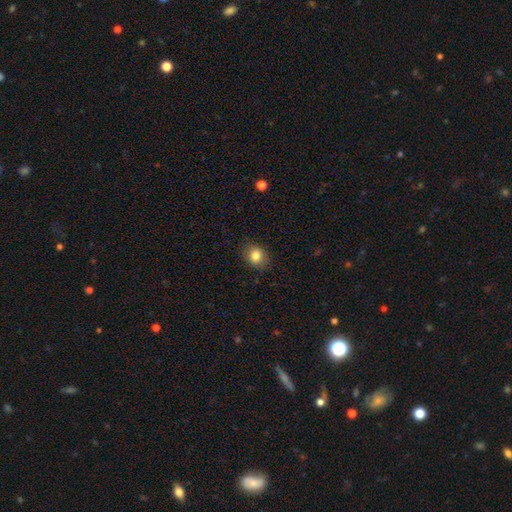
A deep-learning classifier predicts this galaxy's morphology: type=smooth (83%); roundness=round (62%); merging=none (85%).